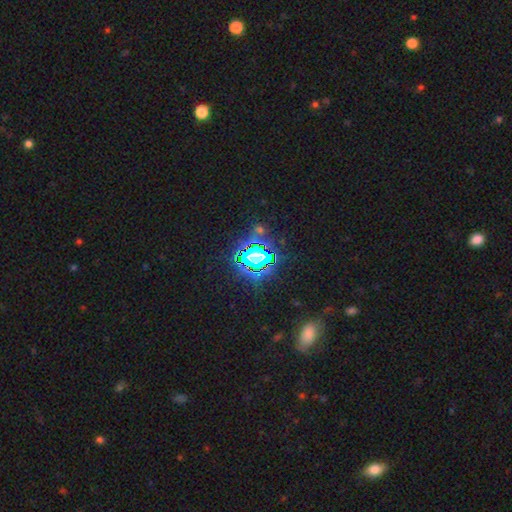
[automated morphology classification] A star or artifact, not a galaxy (77%).